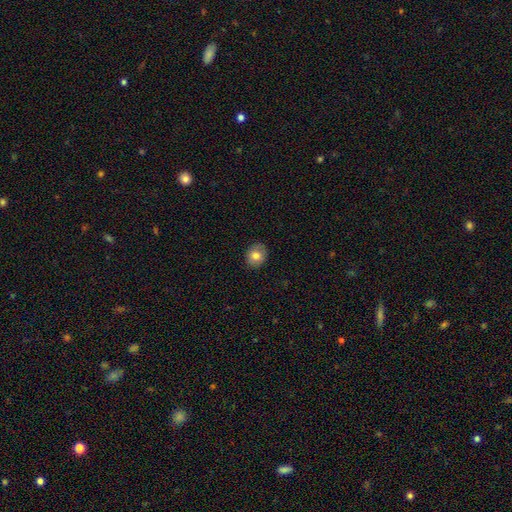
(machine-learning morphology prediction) smooth 78%, featured or disk 14%, star or artifact 8%. Down the decision tree: how rounded — round (64%); merging — none (88%).